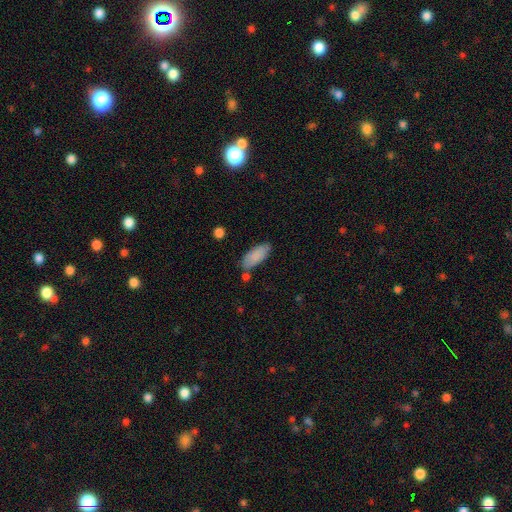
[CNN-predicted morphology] Smooth or featured? smooth (86%)
How rounded? in between (80%)
Merging? none (68%)